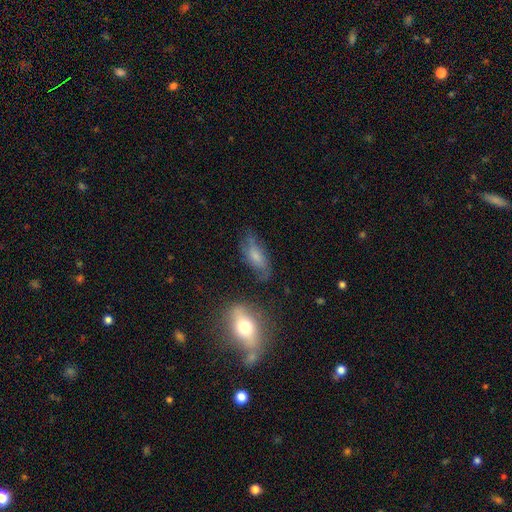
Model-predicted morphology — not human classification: A smooth galaxy with no disk features (55%) that is in between round and cigar-shaped (77%). Merging: none (59%).